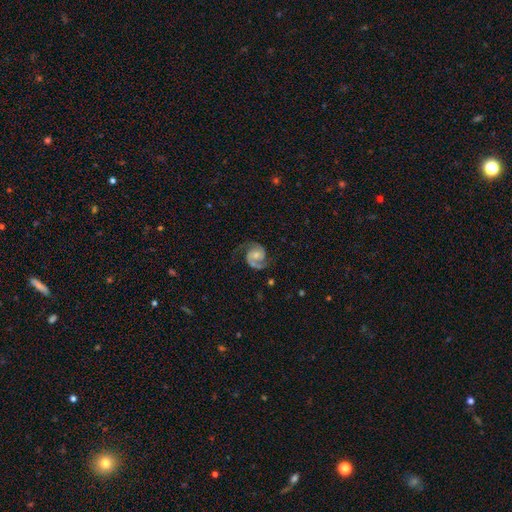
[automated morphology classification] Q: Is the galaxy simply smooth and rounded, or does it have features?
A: featured or disk — 86%.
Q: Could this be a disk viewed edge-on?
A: no — 98%.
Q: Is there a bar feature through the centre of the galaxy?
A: no — 66%.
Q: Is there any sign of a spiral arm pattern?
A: yes — 97%.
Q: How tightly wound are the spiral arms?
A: medium — 54%.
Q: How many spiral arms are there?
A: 2 — 91%.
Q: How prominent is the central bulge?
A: moderate — 52%.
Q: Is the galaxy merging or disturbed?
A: none — 73%.